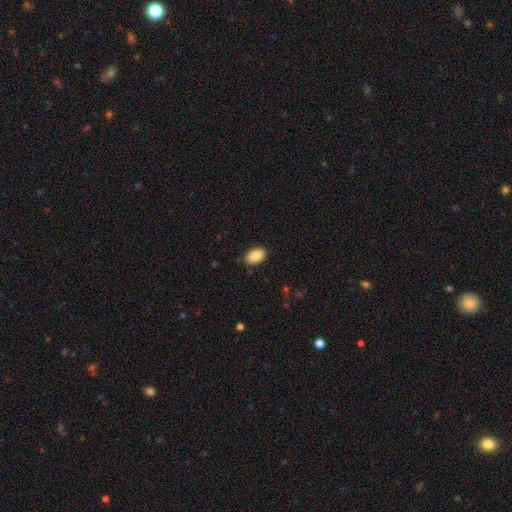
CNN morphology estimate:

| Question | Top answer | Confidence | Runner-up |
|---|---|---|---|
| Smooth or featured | smooth | 87% | star or artifact (7%) |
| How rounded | in between | 90% | round (8%) |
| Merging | none | 85% | minor disturbance (11%) |